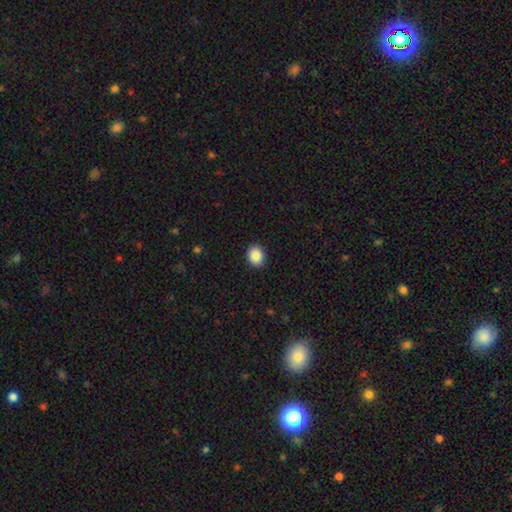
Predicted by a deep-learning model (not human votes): The model was most divided on "how rounded": round: 56%, in between: 43%, cigar-shaped: 1%. More confident: merging — none (91%); smooth or featured — smooth (87%).